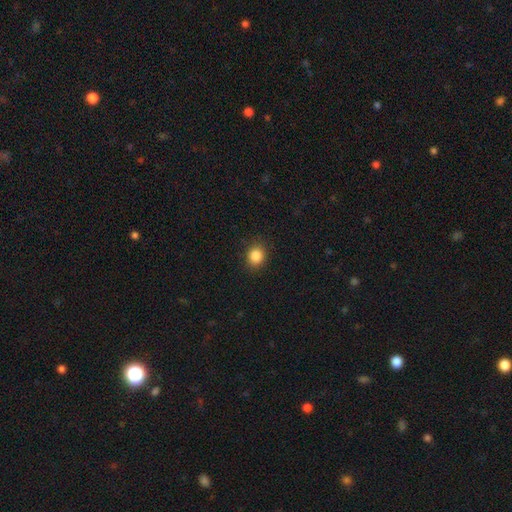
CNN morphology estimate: Smooth or featured: smooth — 86% (star or artifact — 10%)
How rounded: round — 66% (in between — 33%)
Merging: none — 89% (minor disturbance — 8%)